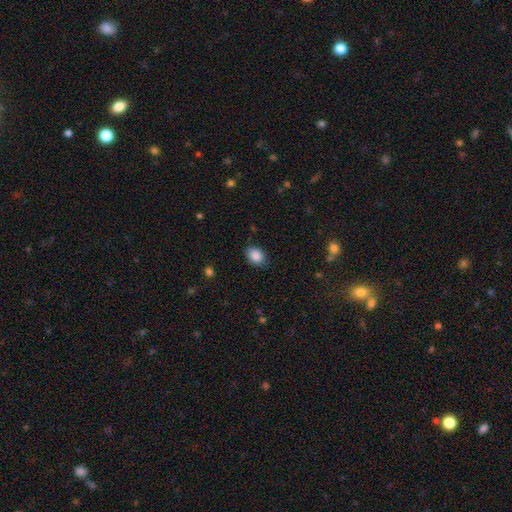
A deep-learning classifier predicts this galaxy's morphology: This is clearly a smooth galaxy (88%). How rounded: likely in between (69%). Merging: clearly none (82%).